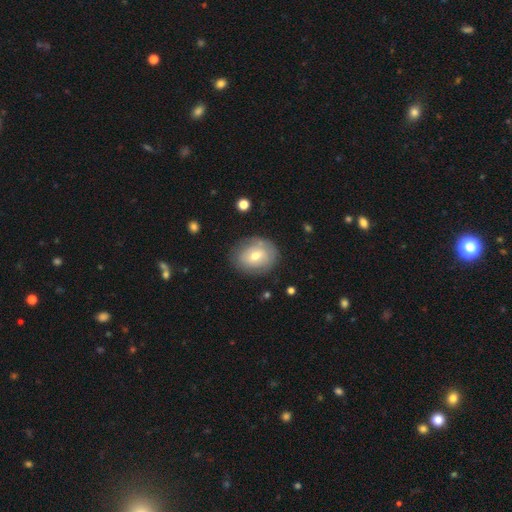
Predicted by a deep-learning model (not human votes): Overall: smooth (57%; featured or disk 35%). How rounded: round (50%; in between 49%). Merging: none (75%).